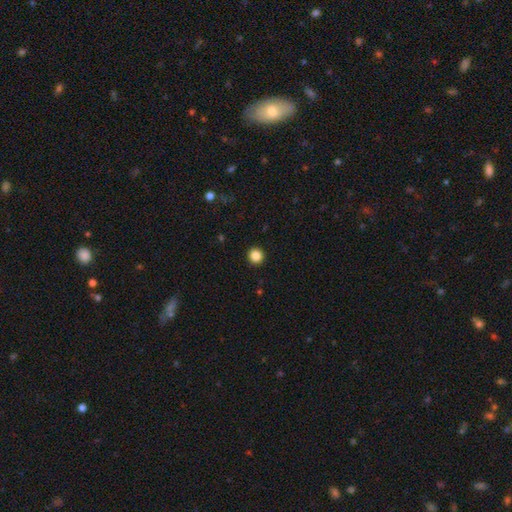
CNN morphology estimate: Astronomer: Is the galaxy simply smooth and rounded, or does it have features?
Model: smooth — 86%.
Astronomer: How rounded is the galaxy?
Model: round — 95%.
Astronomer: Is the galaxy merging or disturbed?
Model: none — 93%.